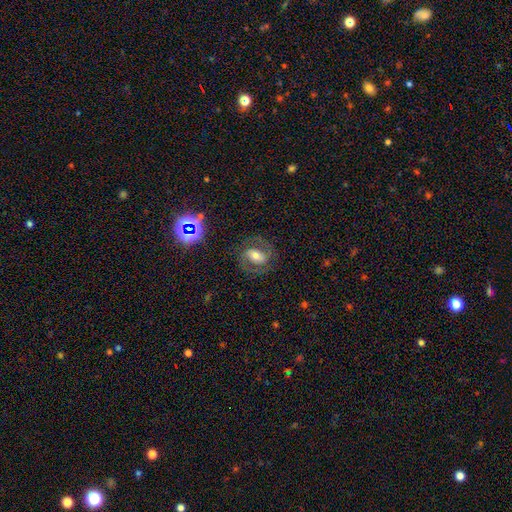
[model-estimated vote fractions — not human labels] smooth_or_featured: featured or disk (p=0.71) [alt: smooth p=0.19]
disk_edge_on: no (p=0.96) [alt: yes p=0.04]
bar: strong (p=0.36) [tied with: weak p=0.36]
has_spiral_arms: yes (p=0.87) [alt: no p=0.13]
spiral_winding: medium (p=0.54) [alt: tight p=0.31]
spiral_arm_count: 2 (p=0.88) [alt: can't tell p=0.06]
bulge_size: moderate (p=0.57) [alt: small p=0.25]
merging: none (p=0.78) [alt: minor disturbance p=0.12]